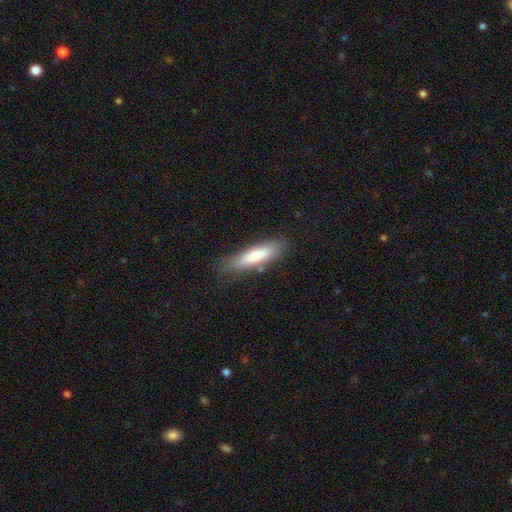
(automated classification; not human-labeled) smooth_or_featured: smooth (p=0.77) [alt: featured or disk p=0.16]
how_rounded: cigar-shaped (p=0.63) [alt: in between p=0.35]
merging: none (p=0.71) [alt: minor disturbance p=0.19]